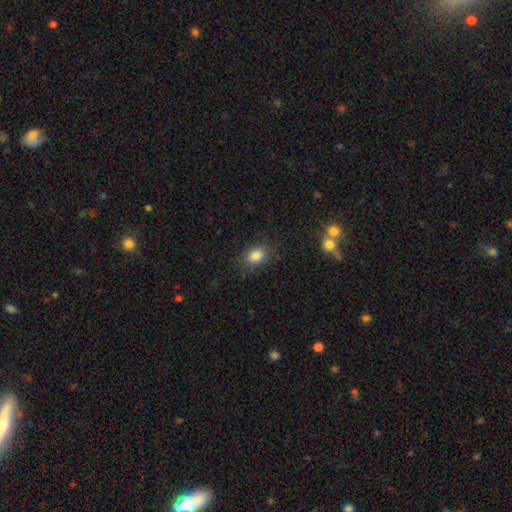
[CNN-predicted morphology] smooth 83%, star or artifact 10%, featured or disk 7%. Down the decision tree: how rounded — in between (72%); merging — none (83%).